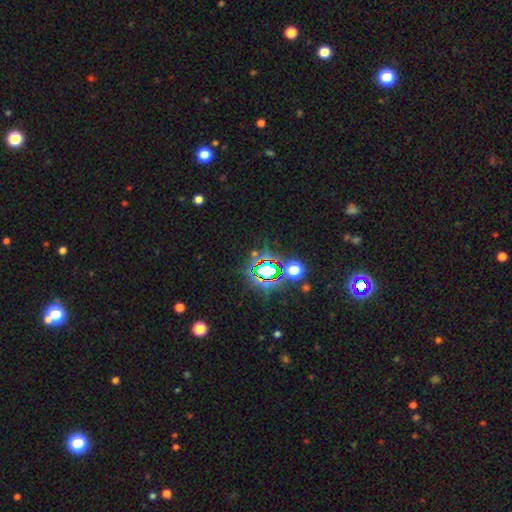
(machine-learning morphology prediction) smooth-or-featured: star or artifact: 78% | smooth: 14% | featured or disk: 8%